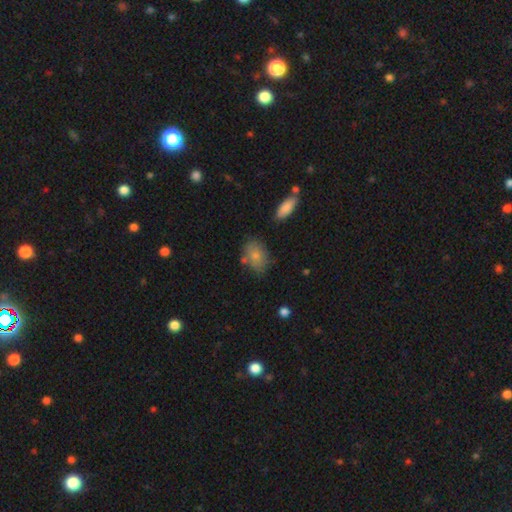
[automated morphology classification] A smooth galaxy with no disk features (78%) that is in between round and cigar-shaped (81%).

Vote fractions:
- Smooth or featured? smooth: 78% / featured or disk: 14% / star or artifact: 8%
- How rounded? in between: 81% / round: 18% / cigar-shaped: 2%
- Merging? none: 68% / minor disturbance: 19% / merger: 8% / major disturbance: 5%